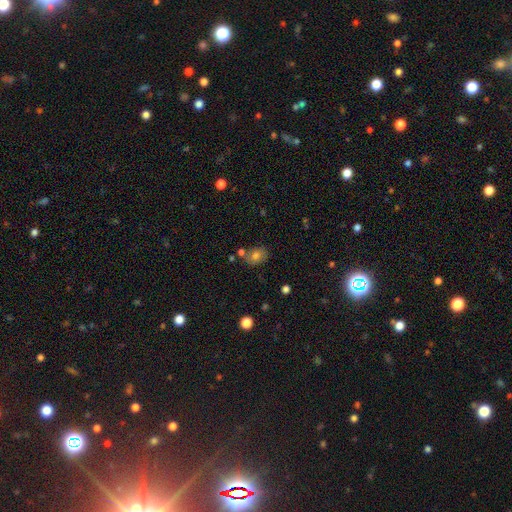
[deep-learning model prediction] A smooth galaxy with no disk features (73%) that is in between round and cigar-shaped (53%). Merging: none (63%).